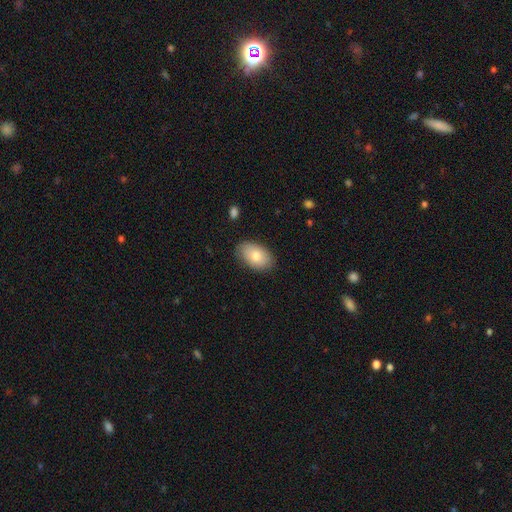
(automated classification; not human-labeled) Smooth or featured?
  - smooth: 79% *
  - featured or disk: 15%
  - star or artifact: 7%
How rounded?
  - in between: 92% *
  - round: 7%
  - cigar-shaped: 1%
Merging?
  - none: 85% *
  - minor disturbance: 12%
  - major disturbance: 2%
  - merger: 1%